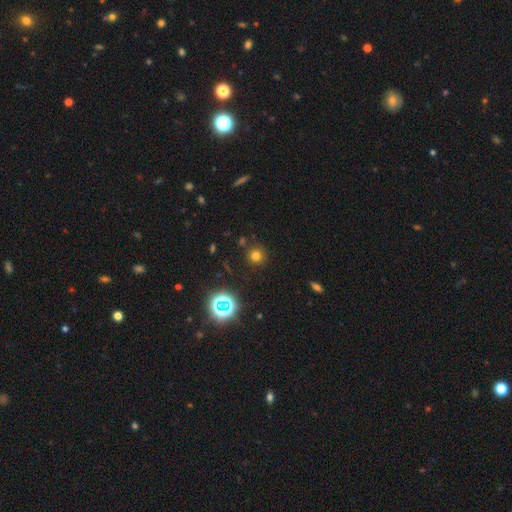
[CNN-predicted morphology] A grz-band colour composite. It shows a smooth galaxy with no disk features (69%) that is round (93%). Merging: none (87%).